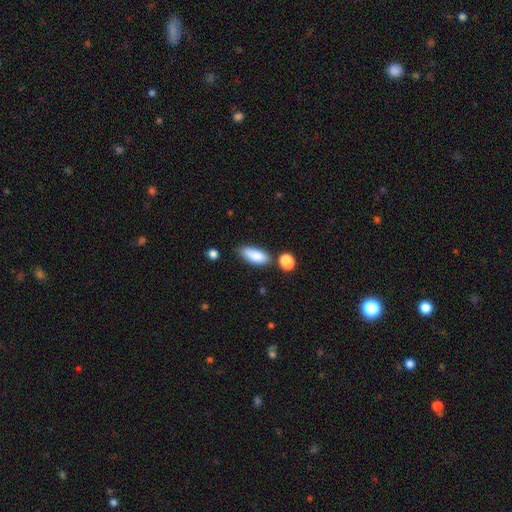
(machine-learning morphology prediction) smooth_or_featured: smooth (p=0.86) [alt: featured or disk p=0.07]
how_rounded: in between (p=0.78) [alt: cigar-shaped p=0.19]
merging: none (p=0.66) [alt: minor disturbance p=0.18]